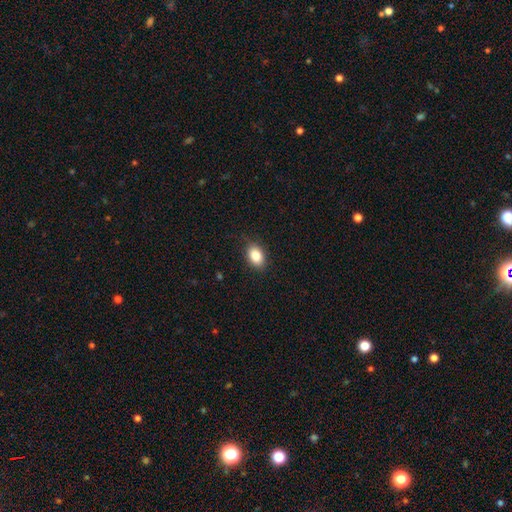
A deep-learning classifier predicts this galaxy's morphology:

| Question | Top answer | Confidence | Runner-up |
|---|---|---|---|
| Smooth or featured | smooth | 85% | star or artifact (8%) |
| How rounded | in between | 84% | round (15%) |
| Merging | none | 85% | minor disturbance (12%) |